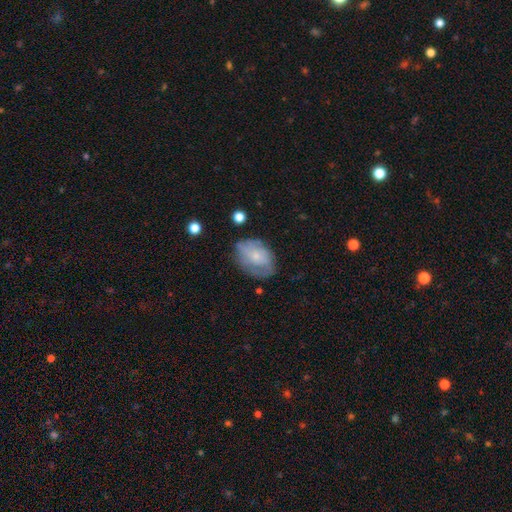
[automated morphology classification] smooth-or-featured: smooth: 47% | featured or disk: 45% | star or artifact: 8%
  merging: none: 55% | minor disturbance: 29% | major disturbance: 14% | merger: 2%